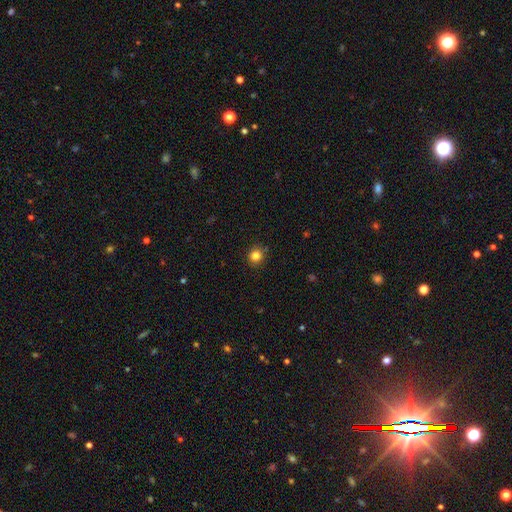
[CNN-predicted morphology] The model was most divided on "smooth or featured": smooth: 82%, star or artifact: 12%, featured or disk: 5%. More confident: how rounded — round (91%); merging — none (90%).